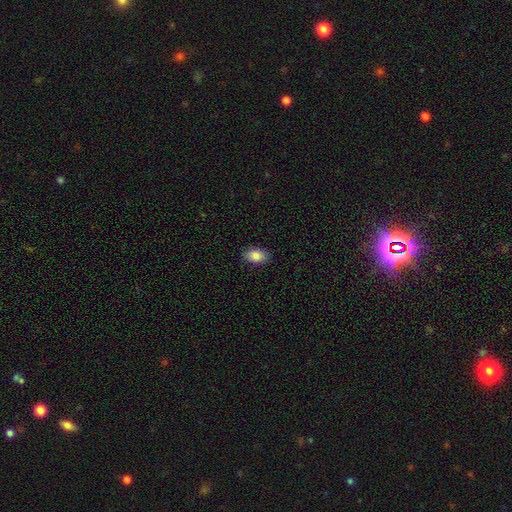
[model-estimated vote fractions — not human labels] This is clearly a smooth galaxy (86%). How rounded: clearly in between (90%). Merging: clearly none (88%).